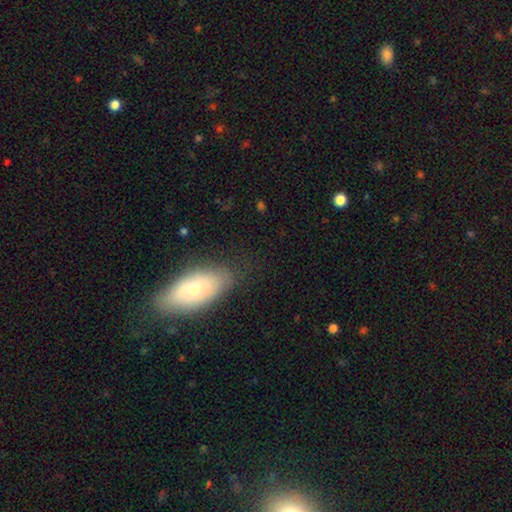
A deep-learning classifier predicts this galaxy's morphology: Smooth or featured?
  - smooth: 52% *
  - featured or disk: 36%
  - star or artifact: 13%
How rounded?
  - in between: 83% *
  - cigar-shaped: 12%
  - round: 5%
Merging?
  - none: 79% *
  - minor disturbance: 15%
  - major disturbance: 5%
  - merger: 1%